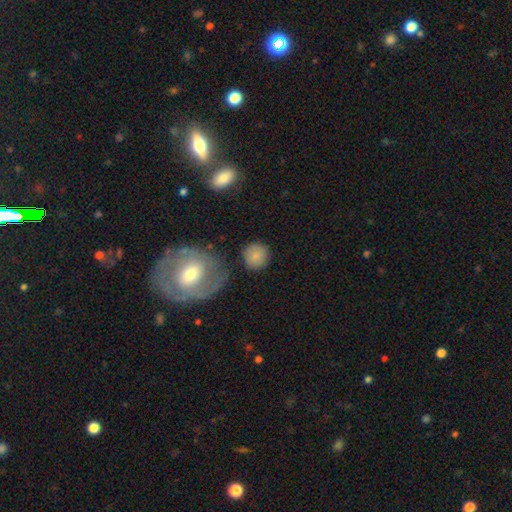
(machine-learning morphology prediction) Smooth or featured? smooth (82%)
How rounded? round (91%)
Merging? none (81%)